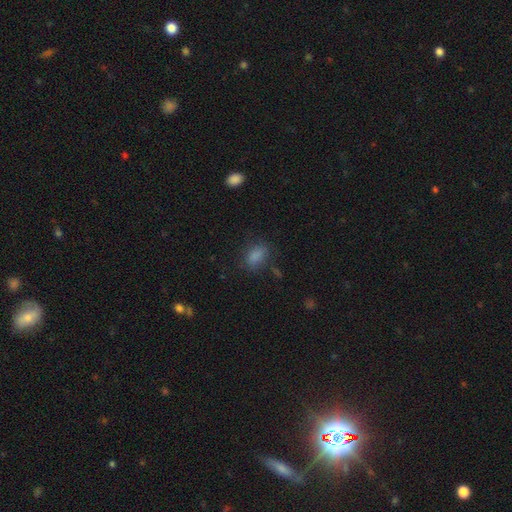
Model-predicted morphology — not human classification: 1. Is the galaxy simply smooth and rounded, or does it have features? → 83% smooth, 11% star or artifact, 6% featured or disk.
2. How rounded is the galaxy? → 83% in between, 14% round, 3% cigar-shaped.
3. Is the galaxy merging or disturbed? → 72% none, 18% minor disturbance, 8% major disturbance, 3% merger.